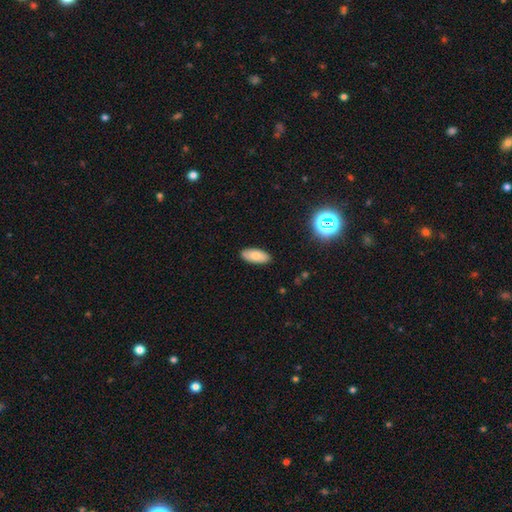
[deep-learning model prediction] smooth-or-featured: smooth: 79% | featured or disk: 13% | star or artifact: 8%
  how-rounded: in between: 88% | cigar-shaped: 10% | round: 2%
  merging: none: 88% | minor disturbance: 9% | major disturbance: 2% | merger: 1%